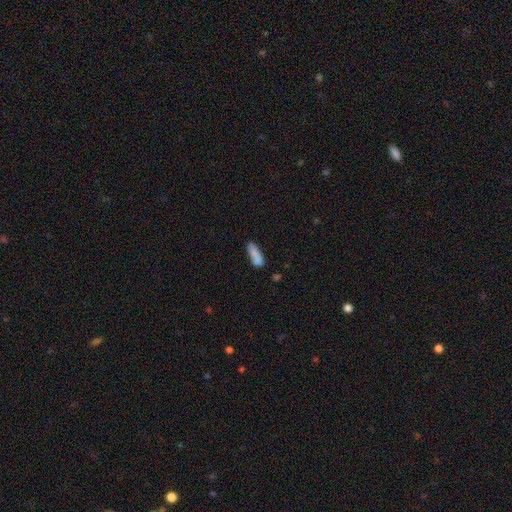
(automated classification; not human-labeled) smooth_or_featured: smooth (p=0.84) [alt: featured or disk p=0.10]
how_rounded: in between (p=0.57) [alt: cigar-shaped p=0.41]
merging: none (p=0.68) [alt: minor disturbance p=0.20]